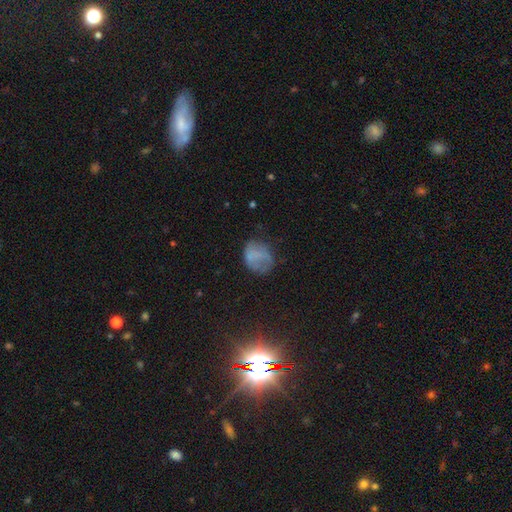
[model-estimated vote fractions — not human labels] Smooth or featured: smooth — 66% (featured or disk — 22%)
How rounded: round — 56% (in between — 43%)
Merging: none — 52% (minor disturbance — 28%)